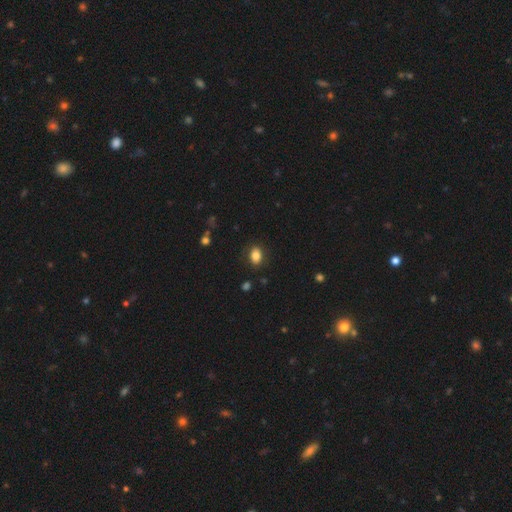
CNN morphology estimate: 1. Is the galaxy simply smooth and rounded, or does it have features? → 84% smooth, 9% star or artifact, 7% featured or disk.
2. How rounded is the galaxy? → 74% in between, 25% round, 1% cigar-shaped.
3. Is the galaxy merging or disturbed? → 86% none, 10% minor disturbance, 3% major disturbance, 1% merger.